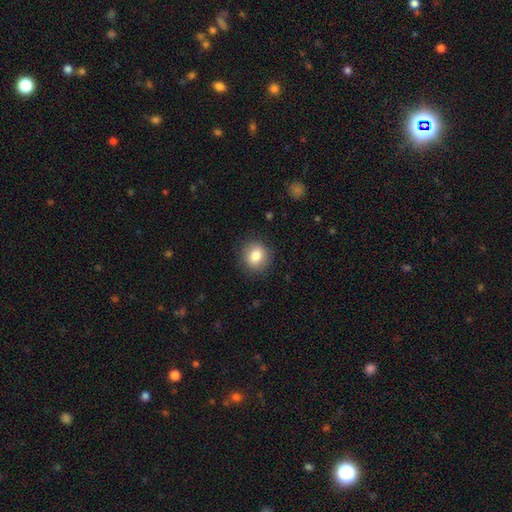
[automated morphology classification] Overall: smooth (82%). How rounded: round (81%). Merging: none (88%).